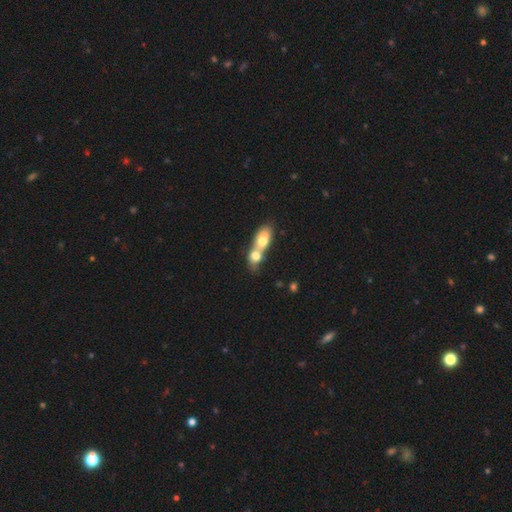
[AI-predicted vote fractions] The model was most divided on "how rounded": in between: 63%, round: 29%, cigar-shaped: 8%. More confident: merging — merger (80%); smooth or featured — smooth (67%).